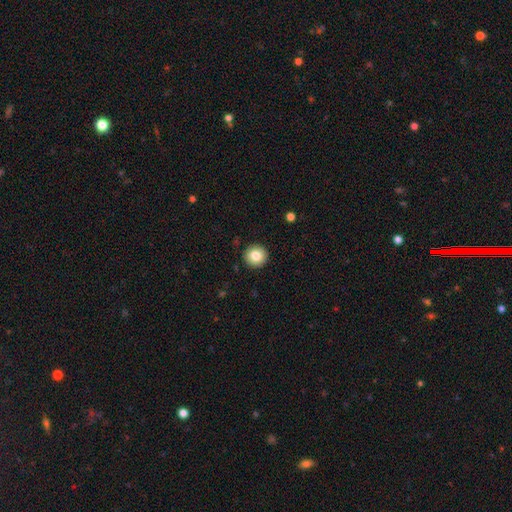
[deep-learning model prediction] This appears to be a smooth galaxy with no disk features (83%) that is round (94%). Merging: none (92%).